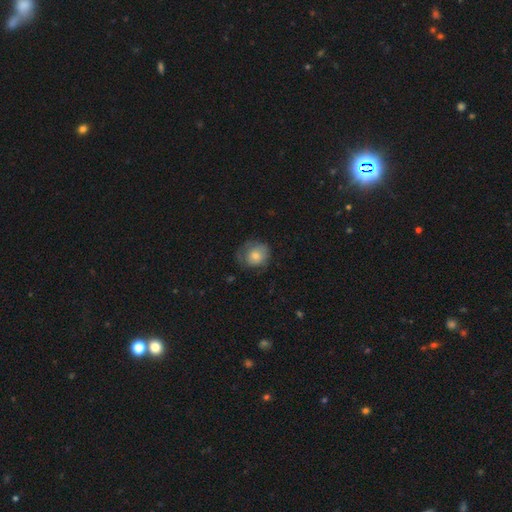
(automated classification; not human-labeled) Smooth or featured? Predicted: smooth (p=0.69). How rounded? Predicted: round (p=0.74). Merging? Predicted: none (p=0.54).